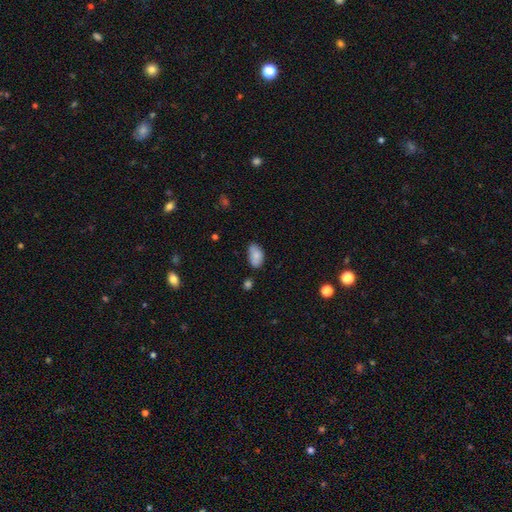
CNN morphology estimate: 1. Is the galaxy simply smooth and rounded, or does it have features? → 81% smooth, 12% featured or disk, 8% star or artifact.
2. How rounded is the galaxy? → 93% in between, 5% round, 2% cigar-shaped.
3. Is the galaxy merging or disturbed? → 64% none, 26% minor disturbance, 5% merger, 5% major disturbance.